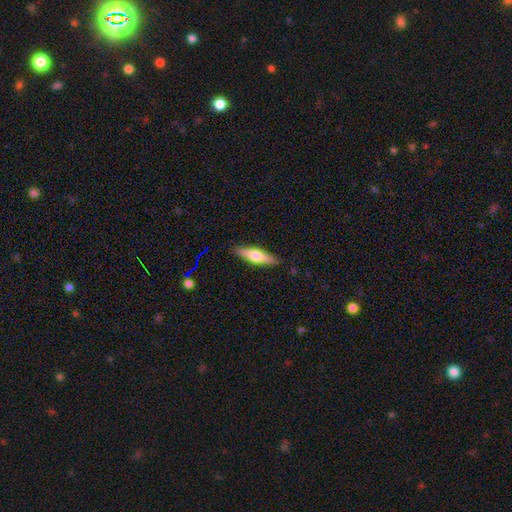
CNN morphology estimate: A smooth galaxy with no disk features (47%). Merging: none (88%).